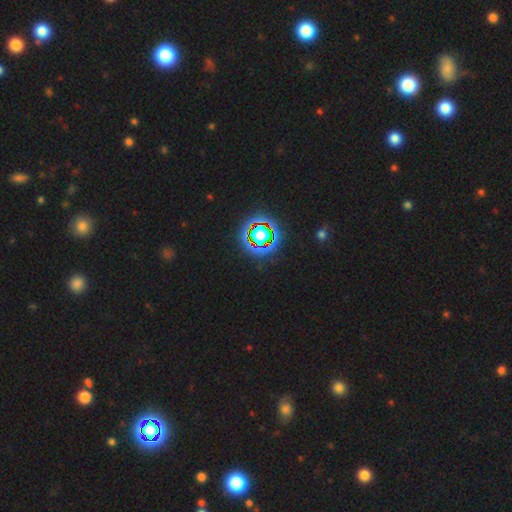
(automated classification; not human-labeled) star or artifact 78%, smooth 14%, featured or disk 8%.